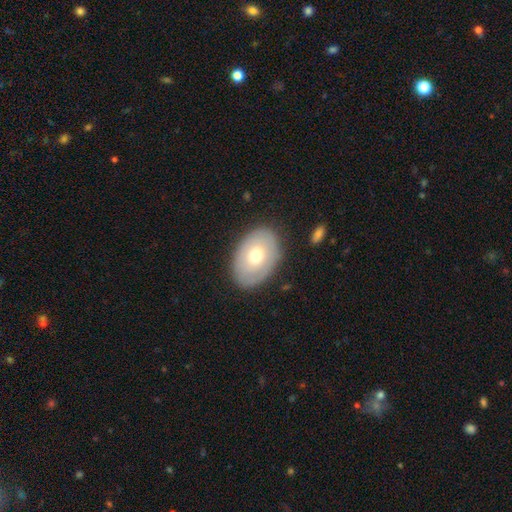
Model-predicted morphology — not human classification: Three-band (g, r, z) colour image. It shows a smooth galaxy with no disk features (59%) that is in between round and cigar-shaped (84%). Merging: none (83%).